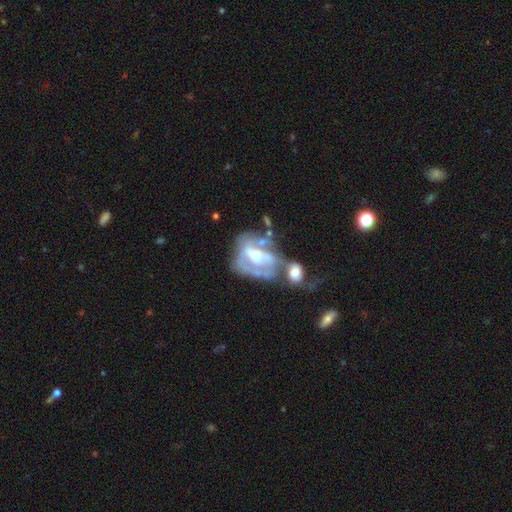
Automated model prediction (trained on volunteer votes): smooth_or_featured: featured or disk (p=0.75) [alt: smooth p=0.17]
disk_edge_on: no (p=0.97) [alt: yes p=0.03]
bar: no (p=0.54) [alt: weak p=0.31]
has_spiral_arms: yes (p=0.54) [alt: no p=0.46]
bulge_size: moderate (p=0.53) [alt: small p=0.30]
merging: merger (p=0.44) [alt: major disturbance p=0.23]